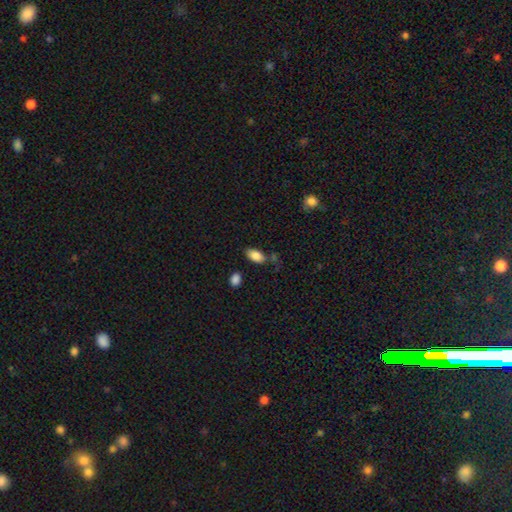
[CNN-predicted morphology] Smooth or featured: smooth — 86% (star or artifact — 8%)
How rounded: in between — 93% (round — 5%)
Merging: none — 69% (minor disturbance — 18%)